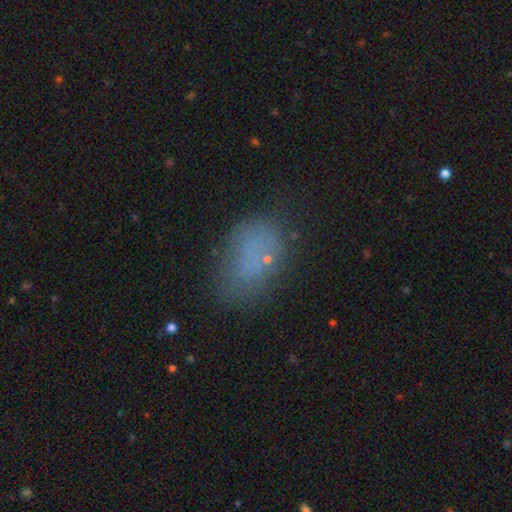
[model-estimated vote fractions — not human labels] This appears to be a smooth galaxy with no disk features (66%) that is in between round and cigar-shaped (84%). Merging: none (59%).